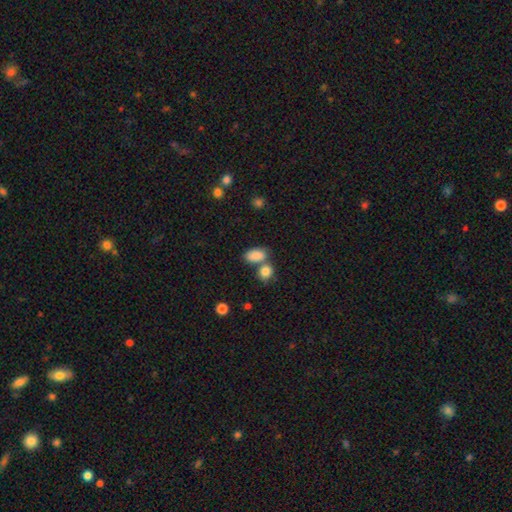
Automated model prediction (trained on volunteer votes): A smooth galaxy with no disk features (85%) that is in between round and cigar-shaped (88%). Merging: none (49%).